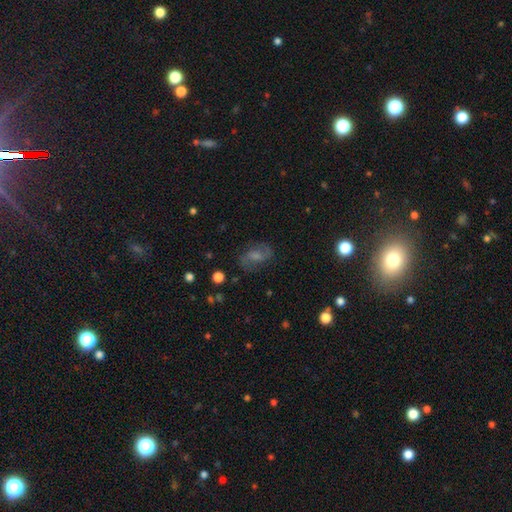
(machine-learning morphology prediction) Smooth or featured: featured or disk — 56% (smooth — 25%)
Edge-on disk: no — 95% (yes — 5%)
Bar: weak — 49% (no — 35%)
Spiral arms: yes — 86% (no — 14%)
Bulge size: moderate — 38% (small — 33%)
Merging: none — 79% (minor disturbance — 13%)